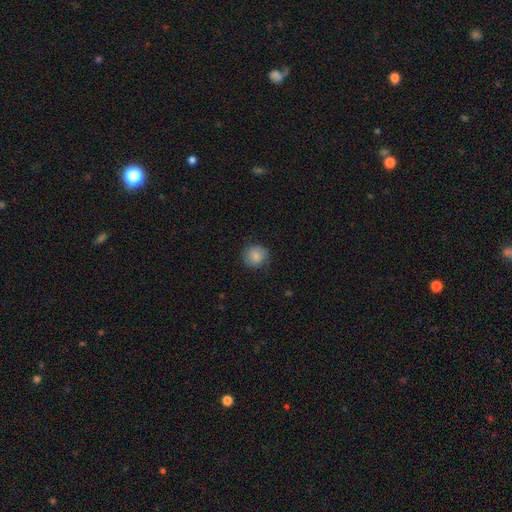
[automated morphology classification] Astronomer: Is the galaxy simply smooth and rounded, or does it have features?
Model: smooth — 84%.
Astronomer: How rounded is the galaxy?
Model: round — 88%.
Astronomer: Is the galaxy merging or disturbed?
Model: none — 79%.